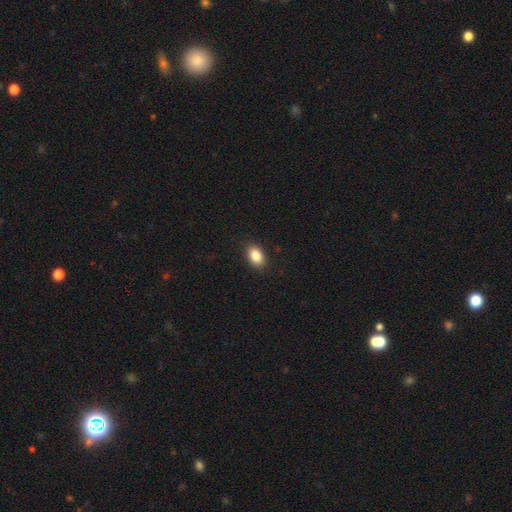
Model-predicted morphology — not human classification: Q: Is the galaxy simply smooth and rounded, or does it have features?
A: smooth — 86%.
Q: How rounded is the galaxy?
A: in between — 87%.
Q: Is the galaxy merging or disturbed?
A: none — 88%.